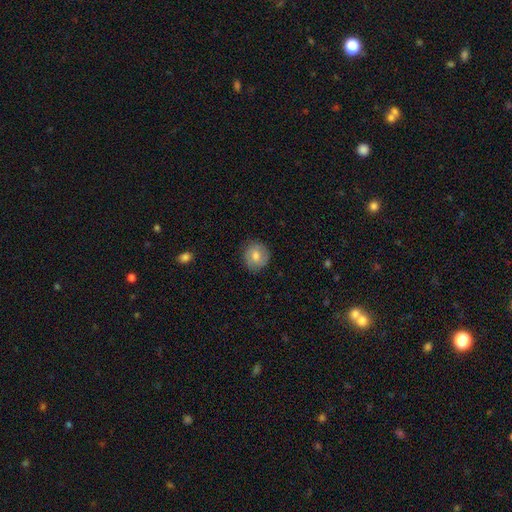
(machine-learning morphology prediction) Smooth or featured: smooth — 73% (featured or disk — 19%)
How rounded: round — 88% (in between — 11%)
Merging: none — 86% (minor disturbance — 11%)